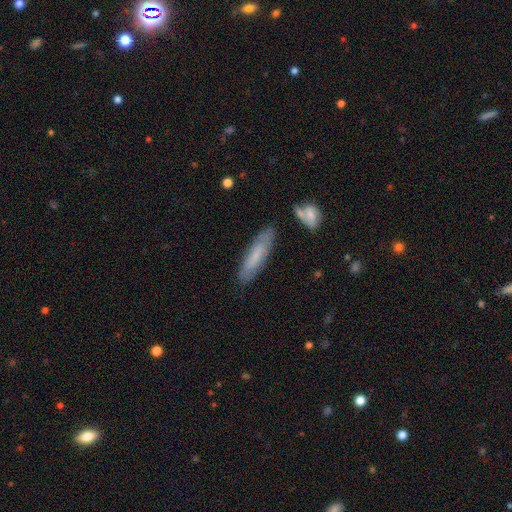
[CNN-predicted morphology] type=smooth (64%); roundness=cigar-shaped (73%); merging=none (79%).